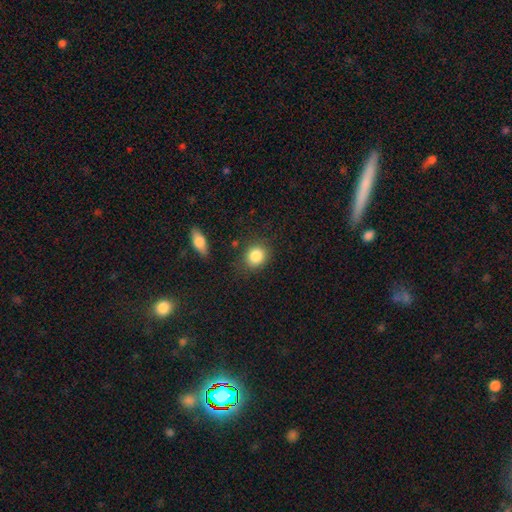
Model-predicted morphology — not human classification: smooth_or_featured: smooth (p=0.86) [alt: star or artifact p=0.09]
how_rounded: round (p=0.68) [alt: in between p=0.31]
merging: none (p=0.80) [alt: minor disturbance p=0.13]